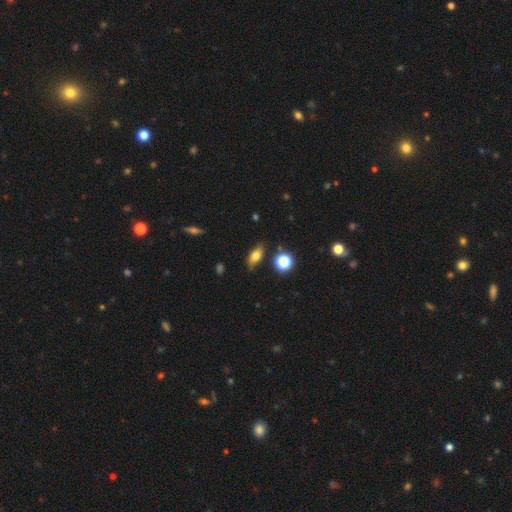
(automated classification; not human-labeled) A smooth galaxy with no disk features (70%) that is in between round and cigar-shaped (76%).

Vote fractions:
- Smooth or featured? smooth: 70% / featured or disk: 19% / star or artifact: 12%
- How rounded? in between: 76% / cigar-shaped: 13% / round: 11%
- Merging? none: 77% / minor disturbance: 16% / major disturbance: 4% / merger: 3%